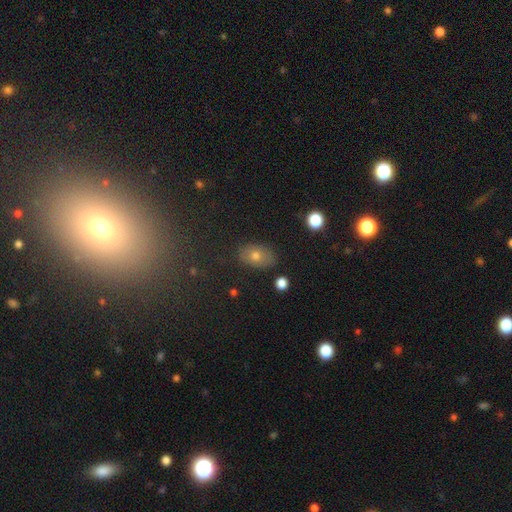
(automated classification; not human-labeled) smooth 71%, featured or disk 15%, star or artifact 14%. Down the decision tree: how rounded — in between (85%); merging — none (82%).